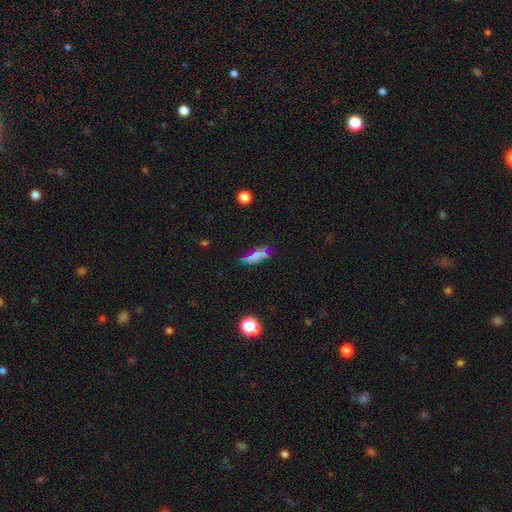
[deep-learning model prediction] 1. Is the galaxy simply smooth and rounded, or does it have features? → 64% smooth, 19% featured or disk, 17% star or artifact.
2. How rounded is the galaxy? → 51% in between, 44% cigar-shaped, 4% round.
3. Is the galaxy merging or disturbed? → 57% none, 25% minor disturbance, 12% major disturbance, 6% merger.